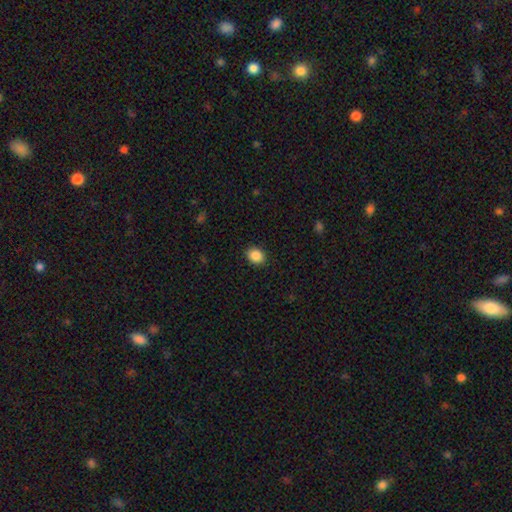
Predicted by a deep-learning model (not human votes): Smooth or featured: smooth — 88% (star or artifact — 9%)
How rounded: in between — 51% (round — 48%)
Merging: none — 90% (minor disturbance — 7%)